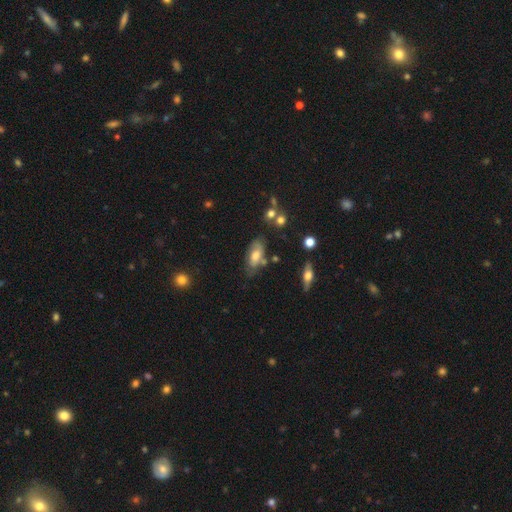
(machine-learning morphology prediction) Smooth or featured? smooth (58%)
How rounded? in between (89%)
Merging? none (59%)